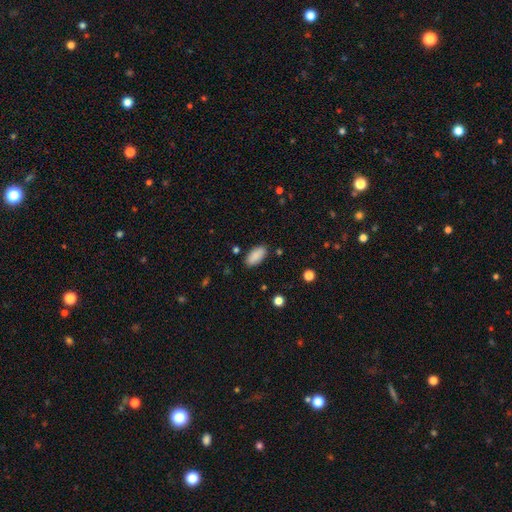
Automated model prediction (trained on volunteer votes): smooth 89%, star or artifact 7%, featured or disk 4%. Down the decision tree: how rounded — in between (91%); merging — none (87%).